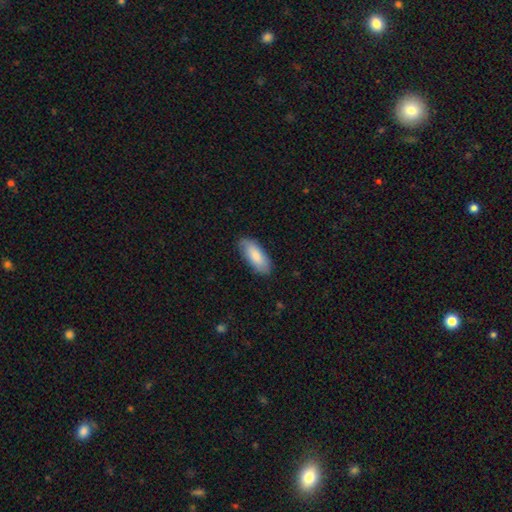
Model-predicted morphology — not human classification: smooth 84%, featured or disk 11%, star or artifact 5%. Down the decision tree: how rounded — in between (81%); merging — none (84%).